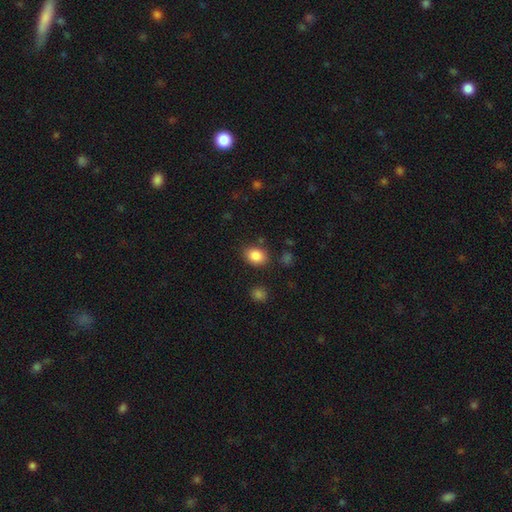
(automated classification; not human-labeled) Smooth or featured?
  - smooth: 87% *
  - star or artifact: 9%
  - featured or disk: 5%
How rounded?
  - in between: 63% *
  - round: 36%
  - cigar-shaped: 1%
Merging?
  - none: 81% *
  - minor disturbance: 12%
  - major disturbance: 4%
  - merger: 3%